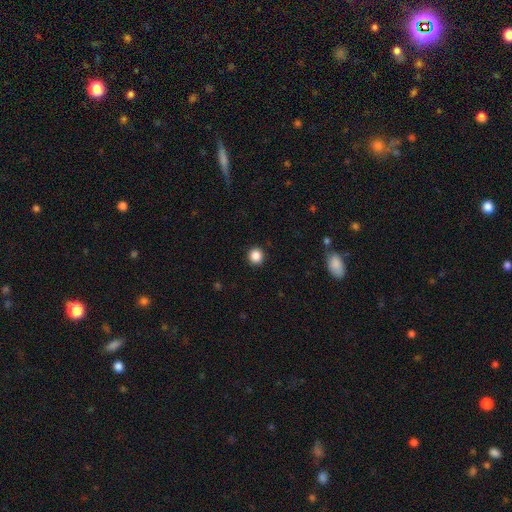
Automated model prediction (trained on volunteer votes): smooth_or_featured: smooth (p=0.87) [alt: star or artifact p=0.10]
how_rounded: round (p=0.91) [alt: in between p=0.08]
merging: none (p=0.92) [alt: minor disturbance p=0.05]